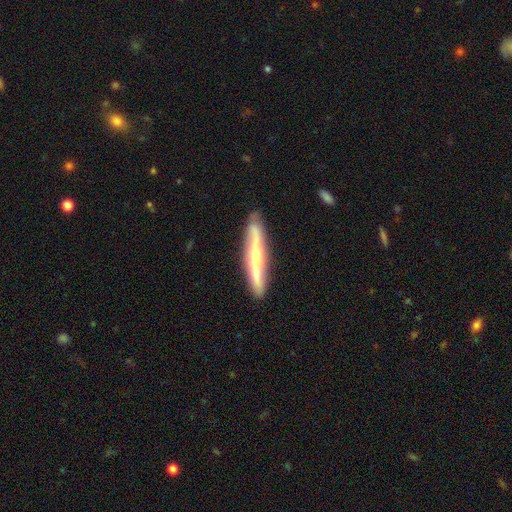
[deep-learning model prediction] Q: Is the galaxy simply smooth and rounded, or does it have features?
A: featured or disk — 57%.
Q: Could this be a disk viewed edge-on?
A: yes — 80%.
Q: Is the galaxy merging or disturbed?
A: none — 79%.